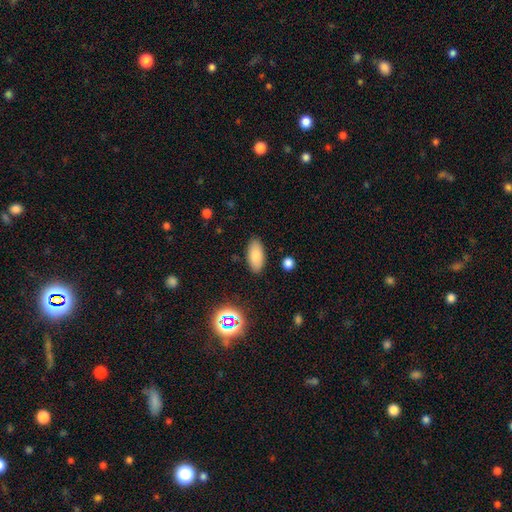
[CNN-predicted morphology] Q: Smooth or featured?
A: smooth (83%); runner-up: star or artifact (9%)
Q: How rounded?
A: in between (90%); runner-up: cigar-shaped (8%)
Q: Merging?
A: none (87%); runner-up: minor disturbance (9%)